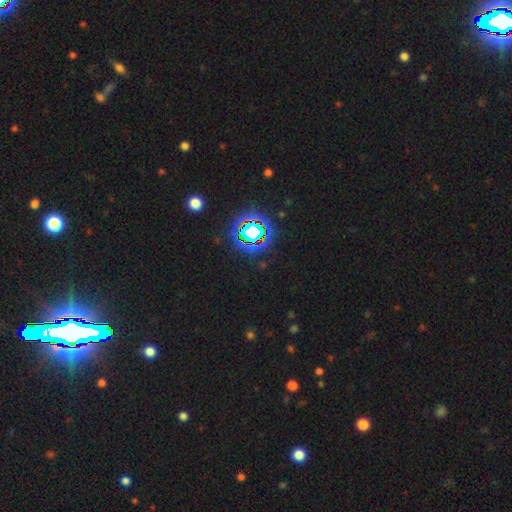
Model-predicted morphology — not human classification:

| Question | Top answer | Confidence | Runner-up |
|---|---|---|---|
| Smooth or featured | star or artifact | 82% | smooth (10%) |